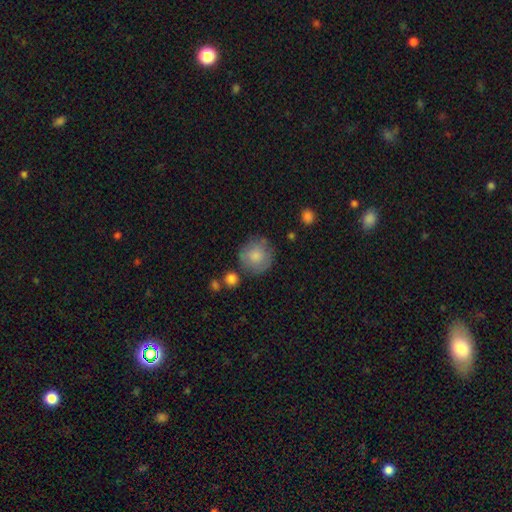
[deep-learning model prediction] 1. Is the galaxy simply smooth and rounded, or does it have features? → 77% smooth, 16% featured or disk, 7% star or artifact.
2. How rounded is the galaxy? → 91% round, 8% in between, 1% cigar-shaped.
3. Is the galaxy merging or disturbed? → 70% none, 18% minor disturbance, 6% major disturbance, 5% merger.